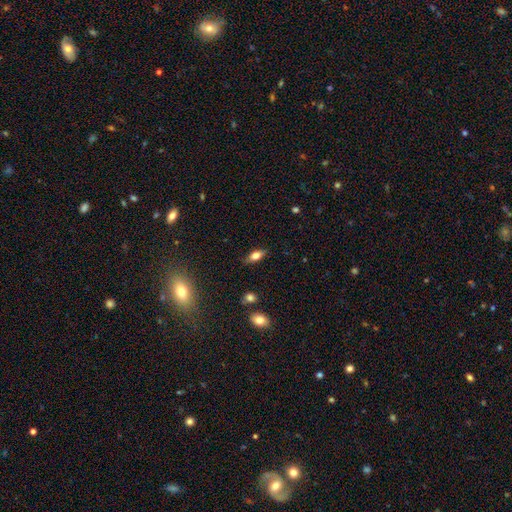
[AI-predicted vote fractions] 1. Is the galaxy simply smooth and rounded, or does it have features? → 65% smooth, 25% featured or disk, 9% star or artifact.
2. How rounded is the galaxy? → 78% in between, 17% cigar-shaped, 5% round.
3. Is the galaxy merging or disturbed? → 83% none, 12% minor disturbance, 3% major disturbance, 2% merger.